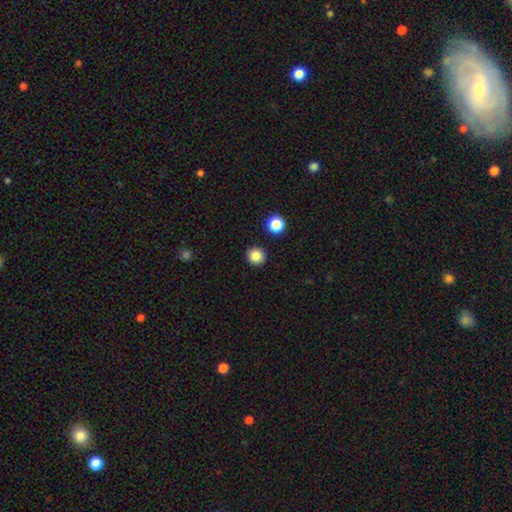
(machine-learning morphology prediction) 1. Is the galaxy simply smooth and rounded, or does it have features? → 85% smooth, 11% star or artifact, 4% featured or disk.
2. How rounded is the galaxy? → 94% round, 5% in between, 1% cigar-shaped.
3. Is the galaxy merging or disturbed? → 92% none, 4% minor disturbance, 2% merger, 2% major disturbance.